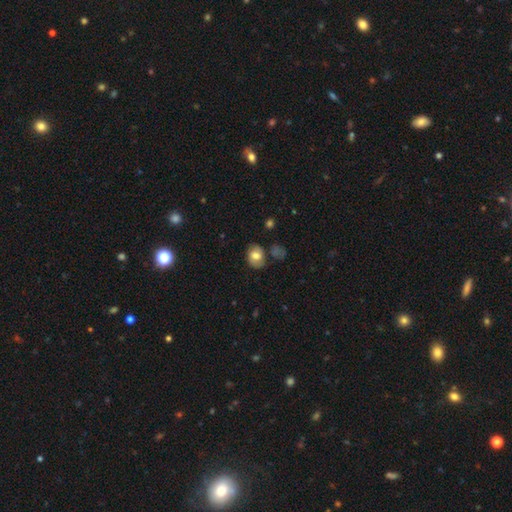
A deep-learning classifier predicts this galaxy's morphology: Smooth or featured?
  - smooth: 66% *
  - featured or disk: 25%
  - star or artifact: 9%
How rounded?
  - in between: 58% *
  - round: 41%
  - cigar-shaped: 1%
Merging?
  - none: 66% *
  - minor disturbance: 21%
  - major disturbance: 7%
  - merger: 6%